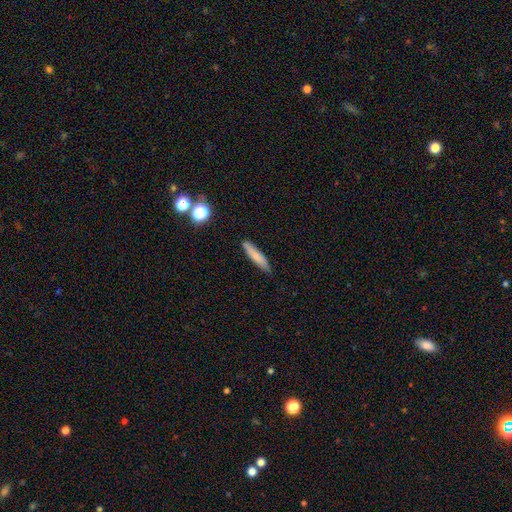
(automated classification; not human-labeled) smooth 77%, featured or disk 16%, star or artifact 7%. Down the decision tree: how rounded — cigar-shaped (84%); merging — none (85%).